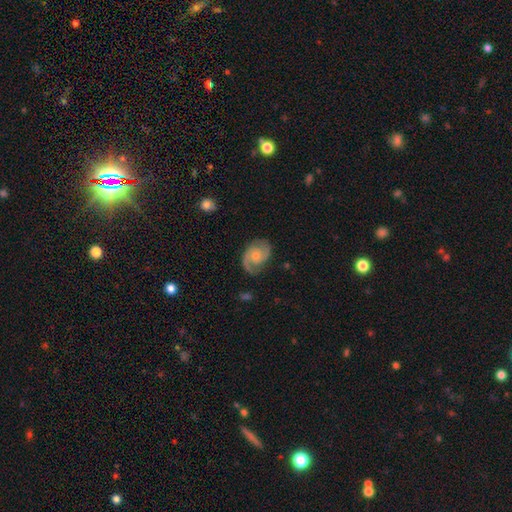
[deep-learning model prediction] A featured or disk galaxy (83%) with no bar (65%), 2 (87%) medium (52%) spiral arms (96%) and a small central bulge (48%).

Vote fractions:
- Smooth or featured? featured or disk: 83% / smooth: 12% / star or artifact: 5%
- Edge-on disk? no: 98% / yes: 2%
- Bar? no: 65% / weak: 31% / strong: 4%
- Spiral arms? yes: 96% / no: 4%
- Spiral winding? medium: 52% / tight: 31% / loose: 17%
- Spiral arm count? 2: 87% / 1: 5% / can't tell: 4% / 3: 2% / 4: 1% / more than 4: 1%
- Bulge size? small: 48% / moderate: 43% / none: 5% / large: 3% / dominant: 1%
- Merging? none: 76% / minor disturbance: 17% / major disturbance: 6% / merger: 1%